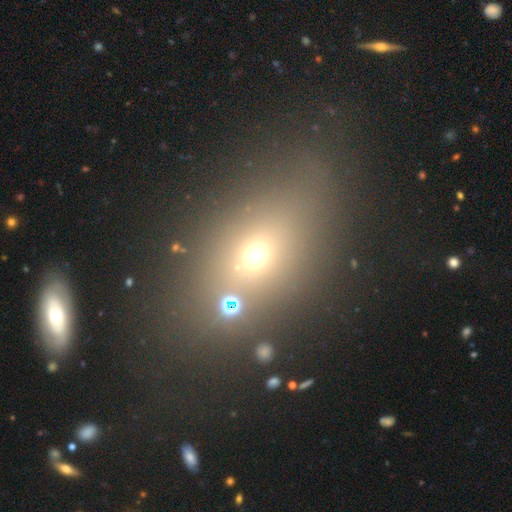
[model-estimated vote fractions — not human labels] Morphology: type=smooth (56%); roundness=in between (65%); merging=none (67%).